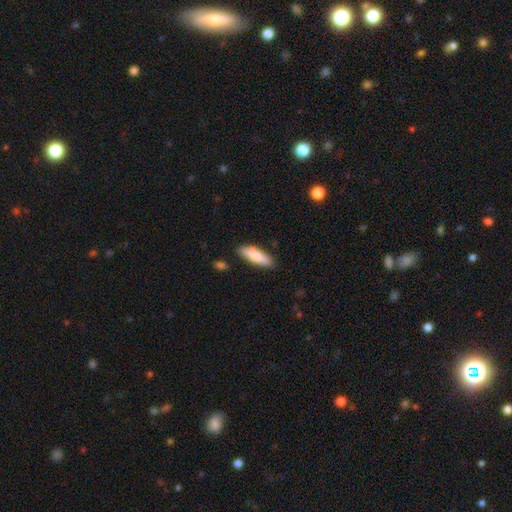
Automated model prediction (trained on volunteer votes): Smooth or featured? Predicted: smooth (p=0.81). How rounded? Predicted: cigar-shaped (p=0.49, tied with in between). Merging? Predicted: none (p=0.85).